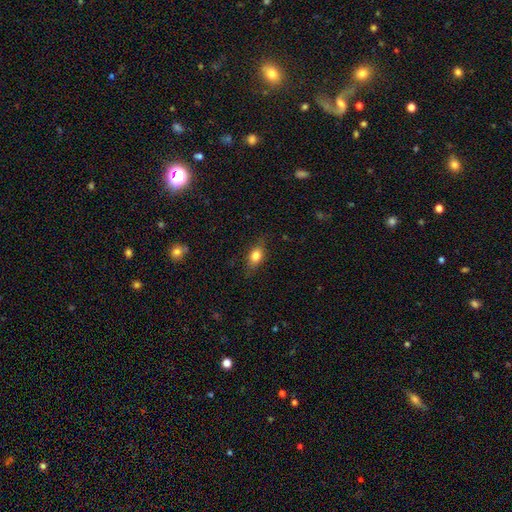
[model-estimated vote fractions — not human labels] Smooth or featured? Predicted: smooth (p=0.78). How rounded? Predicted: in between (p=0.76). Merging? Predicted: none (p=0.77).